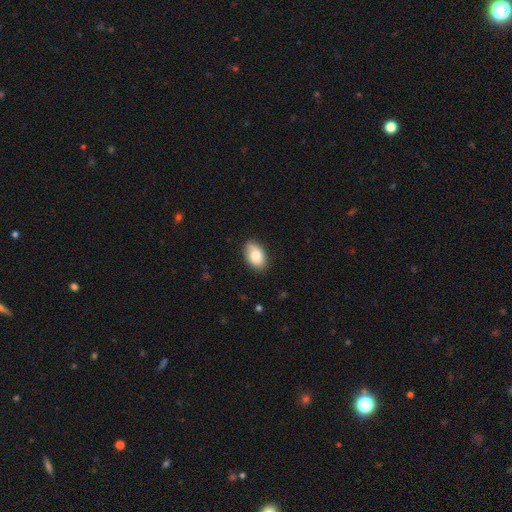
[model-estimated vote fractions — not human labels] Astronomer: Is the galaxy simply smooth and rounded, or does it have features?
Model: smooth — 79%.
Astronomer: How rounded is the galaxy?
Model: in between — 91%.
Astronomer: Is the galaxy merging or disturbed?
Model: none — 78%.